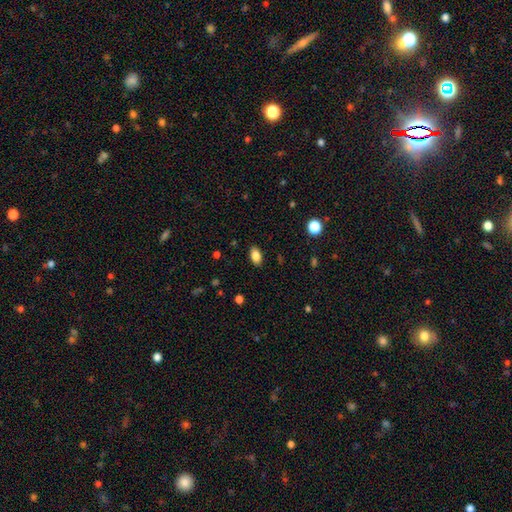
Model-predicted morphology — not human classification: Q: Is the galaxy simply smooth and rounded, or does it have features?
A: smooth — 85%.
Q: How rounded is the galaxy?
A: in between — 91%.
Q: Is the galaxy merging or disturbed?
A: none — 87%.